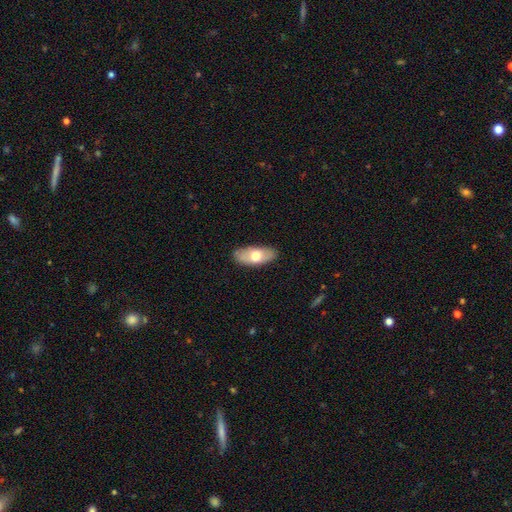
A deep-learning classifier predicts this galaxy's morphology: Q: Smooth or featured?
A: smooth (64%); runner-up: featured or disk (30%)
Q: How rounded?
A: in between (88%); runner-up: cigar-shaped (9%)
Q: Merging?
A: none (85%); runner-up: minor disturbance (12%)